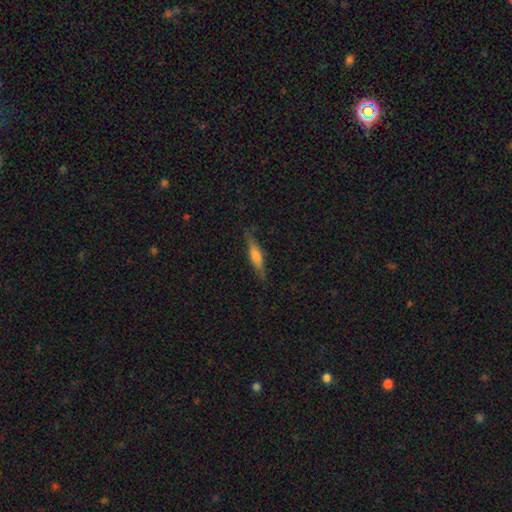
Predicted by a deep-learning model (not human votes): smooth-or-featured: smooth: 54% | featured or disk: 40% | star or artifact: 6%
  how-rounded: cigar-shaped: 77% | in between: 21% | round: 2%
  merging: none: 81% | minor disturbance: 15% | major disturbance: 3% | merger: 1%